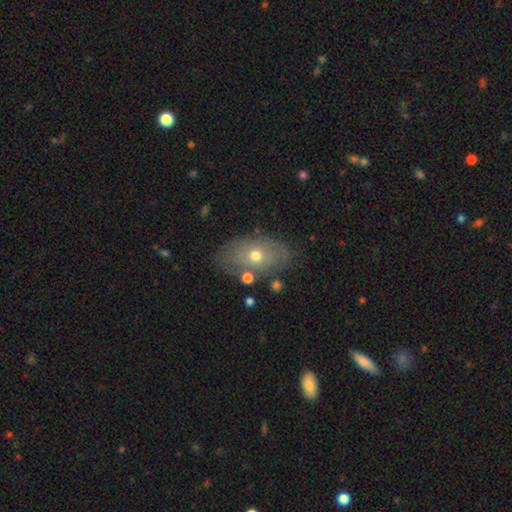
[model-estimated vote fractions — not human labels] Smooth or featured?
  - smooth: 52% *
  - featured or disk: 39%
  - star or artifact: 9%
How rounded?
  - in between: 86% *
  - round: 12%
  - cigar-shaped: 2%
Merging?
  - none: 74% *
  - minor disturbance: 16%
  - major disturbance: 5%
  - merger: 4%